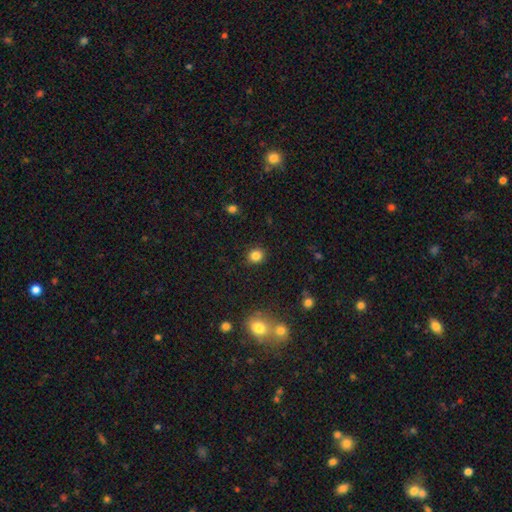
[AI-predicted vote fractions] Morphology: type=smooth (84%); roundness=round (82%); merging=none (90%).